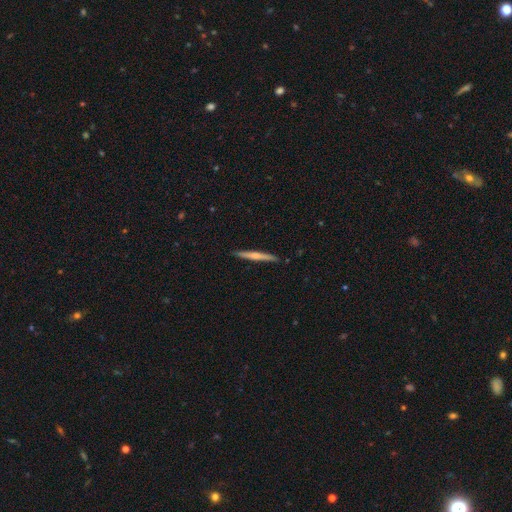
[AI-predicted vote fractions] Overall: smooth (49%; featured or disk 46%). Merging: none (91%).